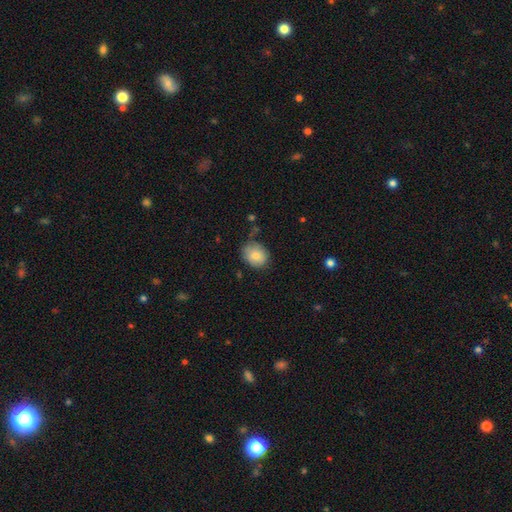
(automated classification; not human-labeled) Q: Smooth or featured?
A: smooth (82%); runner-up: featured or disk (11%)
Q: How rounded?
A: round (57%); runner-up: in between (42%)
Q: Merging?
A: none (69%); runner-up: minor disturbance (23%)